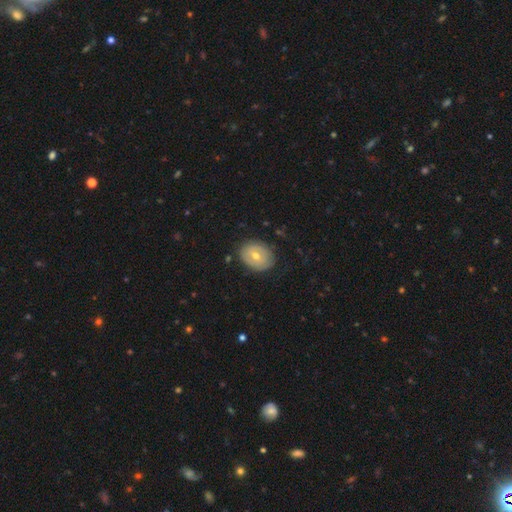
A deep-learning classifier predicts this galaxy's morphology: This appears to be a smooth galaxy with no disk features (47%). Merging: none (80%).